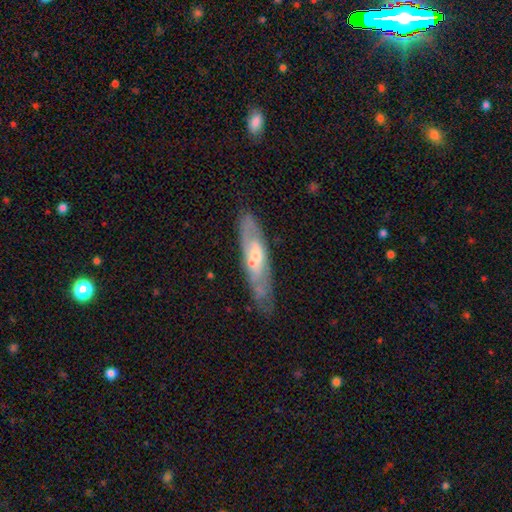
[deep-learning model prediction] smooth_or_featured: featured or disk (p=0.63) [alt: smooth p=0.31]
disk_edge_on: no (p=0.70) [alt: yes p=0.30]
merging: none (p=0.67) [alt: minor disturbance p=0.19]